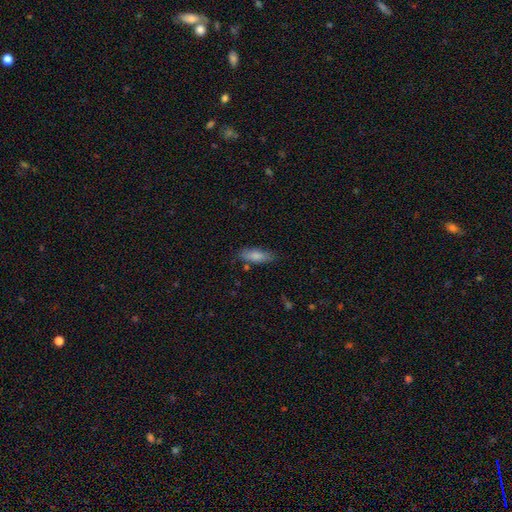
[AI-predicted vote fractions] A smooth galaxy with no disk features (80%) that is in between round and cigar-shaped (64%).

Vote fractions:
- Smooth or featured? smooth: 80% / featured or disk: 13% / star or artifact: 7%
- How rounded? in between: 64% / cigar-shaped: 34% / round: 2%
- Merging? none: 78% / minor disturbance: 16% / merger: 3% / major disturbance: 3%